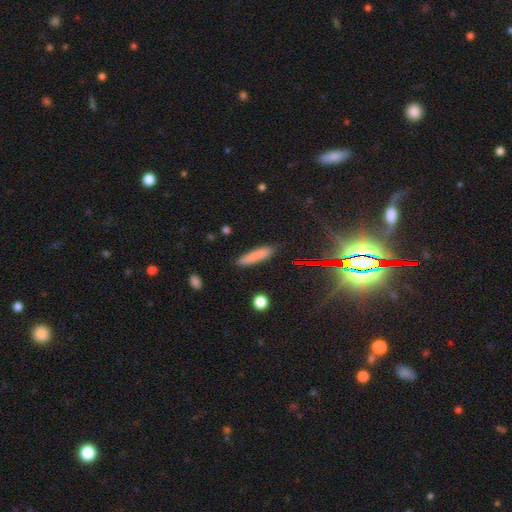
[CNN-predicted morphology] Q: Smooth or featured?
A: smooth (79%); runner-up: star or artifact (11%)
Q: How rounded?
A: cigar-shaped (83%); runner-up: in between (16%)
Q: Merging?
A: none (86%); runner-up: minor disturbance (10%)